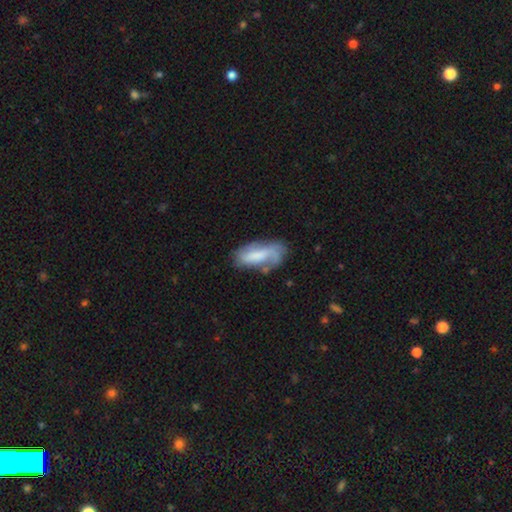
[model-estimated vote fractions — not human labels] Morphology: type=smooth (50%); roundness=in between (78%); merging=none (47%).